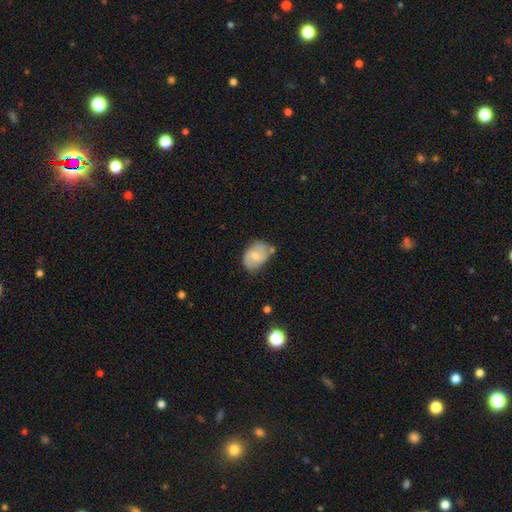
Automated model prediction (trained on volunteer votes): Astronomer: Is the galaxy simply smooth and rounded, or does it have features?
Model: smooth — 50% (runner-up: featured or disk, 43%).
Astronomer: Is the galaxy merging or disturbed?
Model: none — 57%.